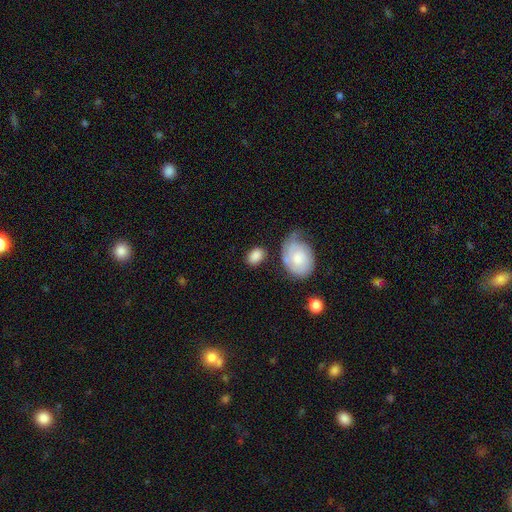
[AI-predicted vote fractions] This appears to be a smooth galaxy with no disk features (82%) that is in between round and cigar-shaped (80%). Merging: none (69%).